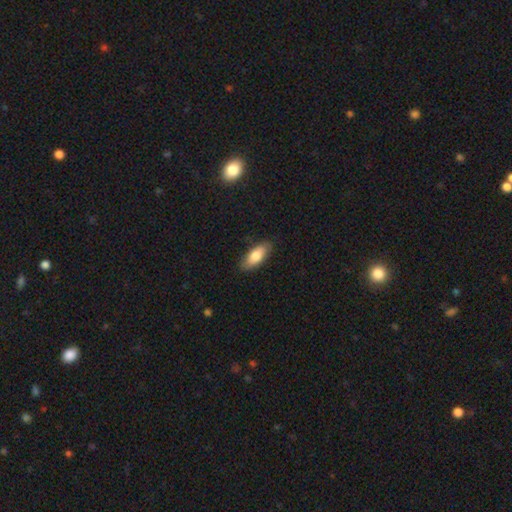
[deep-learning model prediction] Smooth or featured? Predicted: smooth (p=0.78). How rounded? Predicted: in between (p=0.78). Merging? Predicted: none (p=0.85).